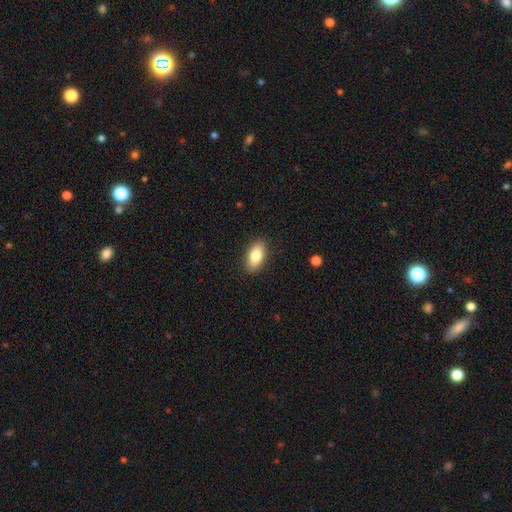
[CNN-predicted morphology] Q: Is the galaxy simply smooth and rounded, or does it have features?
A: smooth — 81%.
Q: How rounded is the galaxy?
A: in between — 90%.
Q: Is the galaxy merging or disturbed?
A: none — 88%.